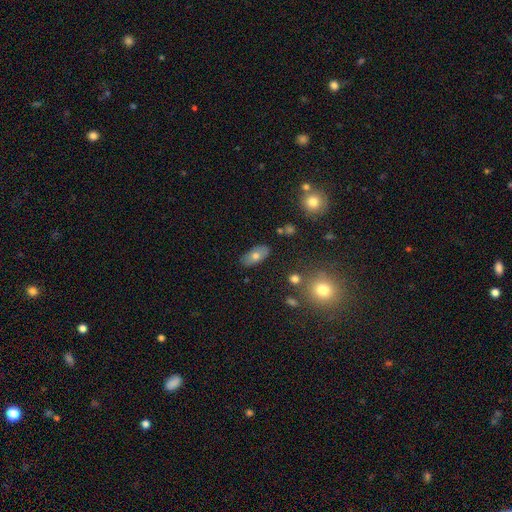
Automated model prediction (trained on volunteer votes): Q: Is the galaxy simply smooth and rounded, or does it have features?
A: smooth — 68%.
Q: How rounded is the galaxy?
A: in between — 89%.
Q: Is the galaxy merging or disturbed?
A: none — 83%.